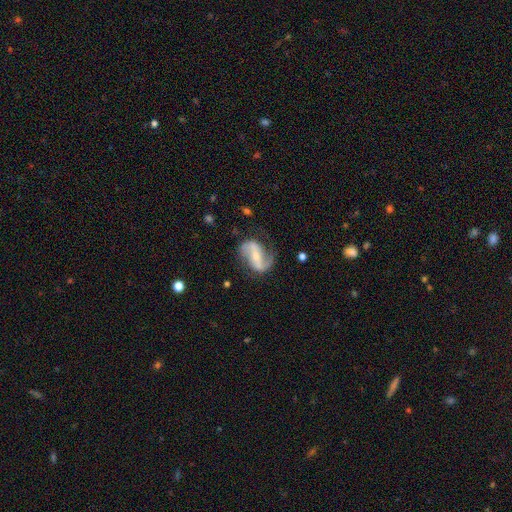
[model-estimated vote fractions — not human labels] This is clearly a featured or disk galaxy (86%). It is clearly not viewed edge-on (97%). Bar: possibly strong (46%). Spiral arm pattern: clearly yes (95%). Spiral arm count: clearly 2 (88%). Spiral winding: possibly loose (53%). Central bulge: possibly small (55%). Merging: likely none (70%).